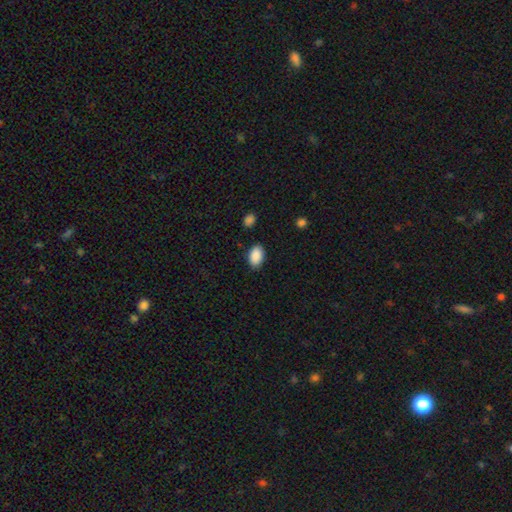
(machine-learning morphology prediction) Smooth or featured: smooth — 90% (star or artifact — 7%)
How rounded: in between — 90% (round — 9%)
Merging: none — 85% (minor disturbance — 10%)